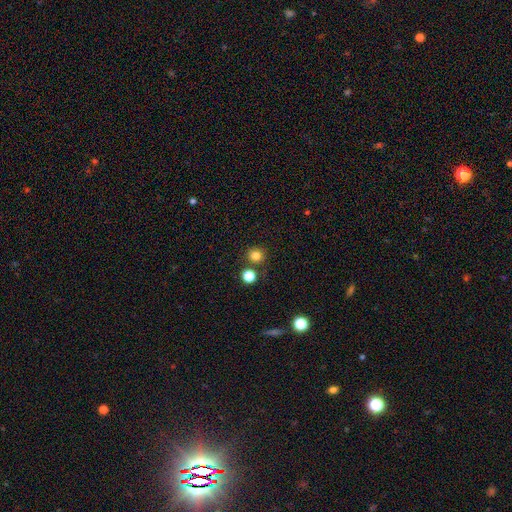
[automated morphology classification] This appears to be a smooth galaxy with no disk features (81%) that is round (90%). Merging: none (79%).